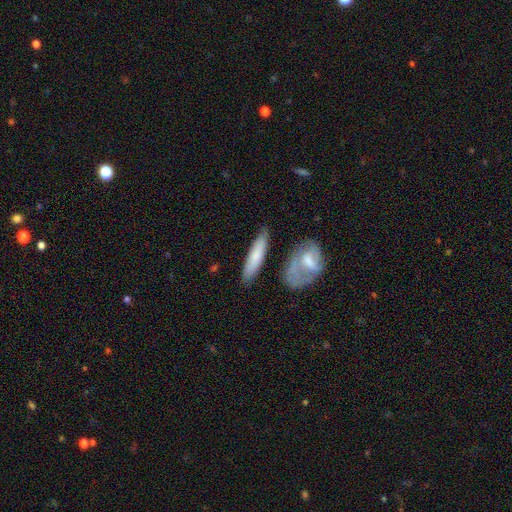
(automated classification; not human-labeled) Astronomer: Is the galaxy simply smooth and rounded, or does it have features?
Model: smooth — 65%.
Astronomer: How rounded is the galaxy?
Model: cigar-shaped — 75%.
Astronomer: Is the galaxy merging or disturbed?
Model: none — 73%.